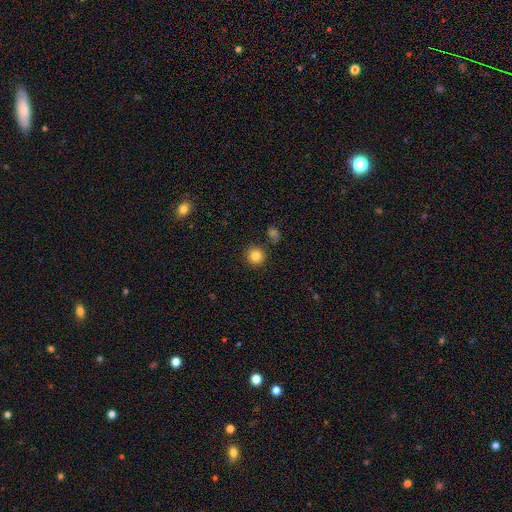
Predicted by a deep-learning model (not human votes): Morphology: type=smooth (84%); roundness=round (93%); merging=none (84%).